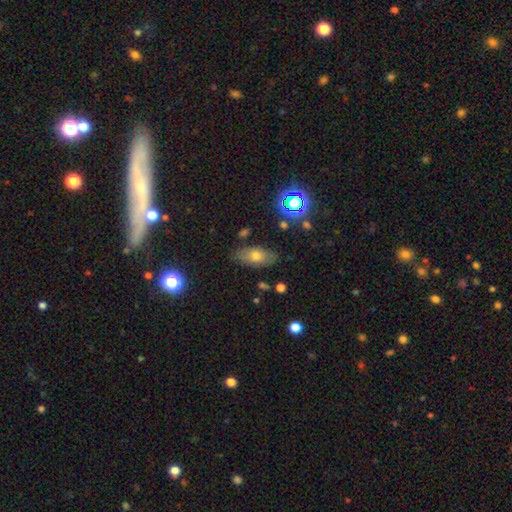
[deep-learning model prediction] A smooth galaxy with no disk features (62%) that is in between round and cigar-shaped (86%). Merging: none (79%).